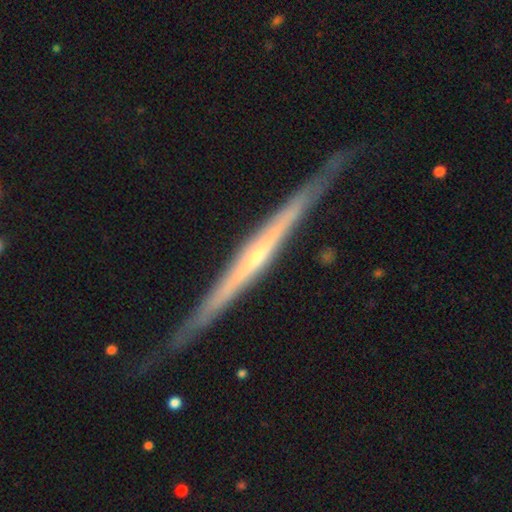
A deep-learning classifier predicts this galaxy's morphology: featured or disk 83%, smooth 12%, star or artifact 5%. Down the decision tree: edge-on disk — yes (96%); edge-on bulge — none (47%); merging — none (82%).